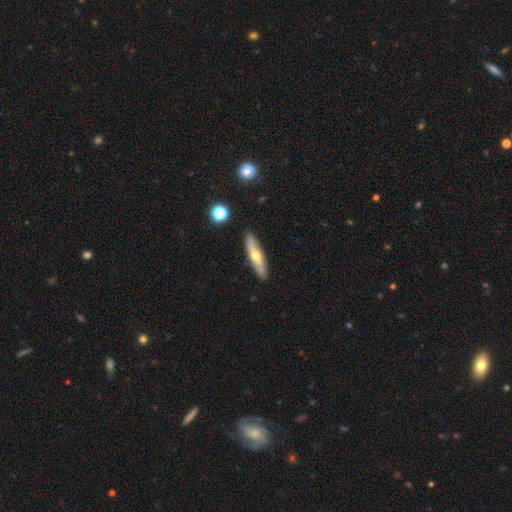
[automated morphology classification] Overall: featured or disk (51%; smooth 43%). Edge-on disk: yes (74%). Merging: none (88%).